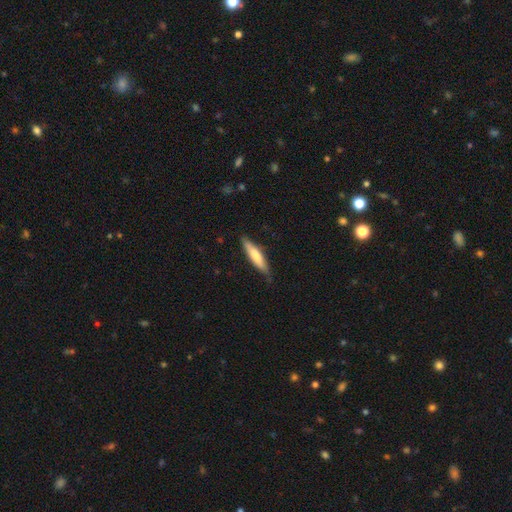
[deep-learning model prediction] The model was most divided on "smooth or featured": smooth: 67%, featured or disk: 28%, star or artifact: 5%. More confident: how rounded — cigar-shaped (80%); merging — none (78%).